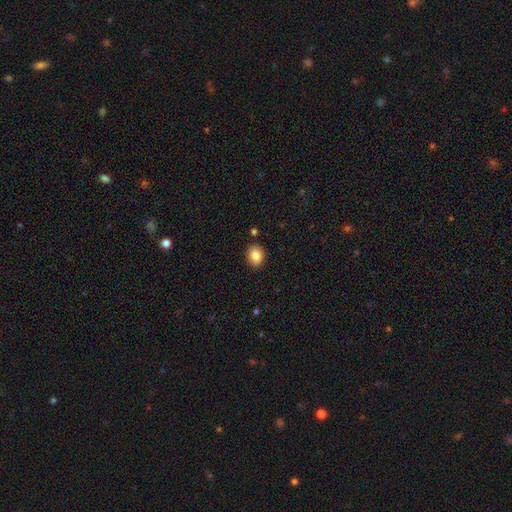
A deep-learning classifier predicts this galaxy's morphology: Smooth or featured?
  - smooth: 85% *
  - star or artifact: 9%
  - featured or disk: 7%
How rounded?
  - in between: 53% *
  - round: 46%
  - cigar-shaped: 1%
Merging?
  - none: 88% *
  - minor disturbance: 8%
  - merger: 2%
  - major disturbance: 2%